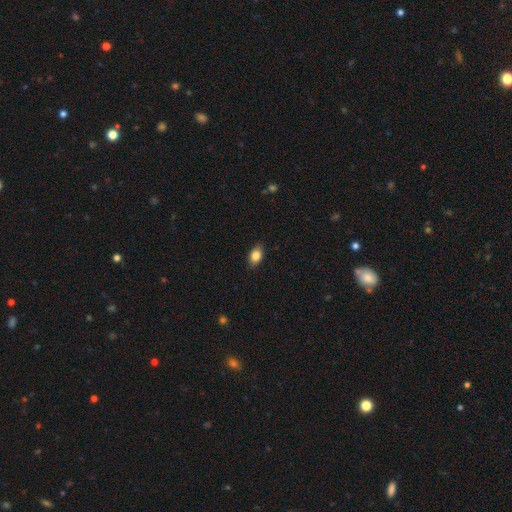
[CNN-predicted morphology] smooth 83%, featured or disk 9%, star or artifact 8%. Down the decision tree: how rounded — in between (85%); merging — none (86%).